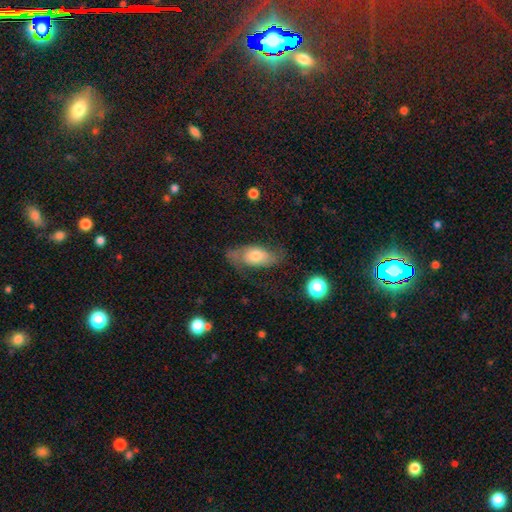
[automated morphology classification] Smooth or featured: smooth — 49% (featured or disk — 43%)
Merging: none — 56% (minor disturbance — 25%)